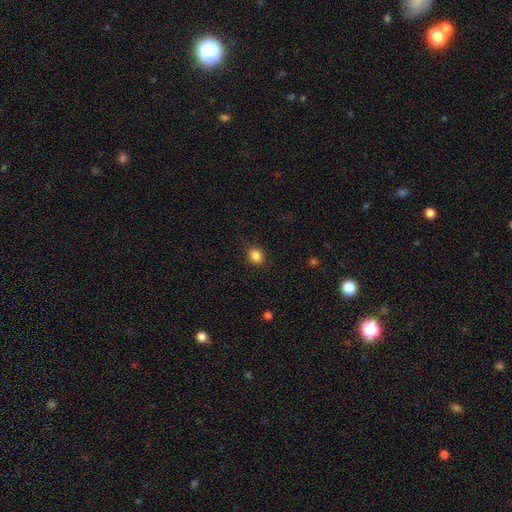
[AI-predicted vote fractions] This is clearly a smooth galaxy (85%). How rounded: likely round (69%). Merging: clearly none (86%).